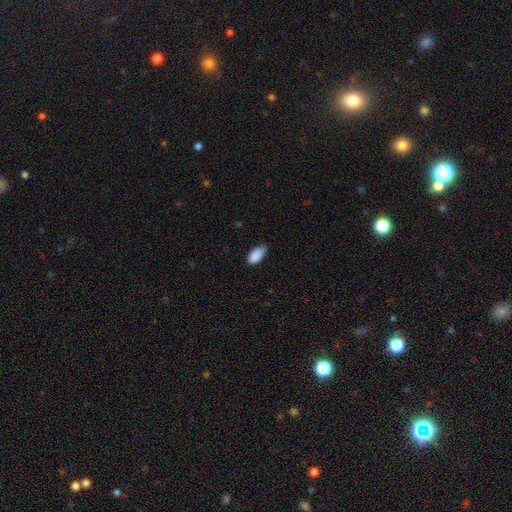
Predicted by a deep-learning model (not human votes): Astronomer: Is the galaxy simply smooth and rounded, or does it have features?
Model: smooth — 89%.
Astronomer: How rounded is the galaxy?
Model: in between — 92%.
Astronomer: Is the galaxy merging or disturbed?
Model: none — 69%.